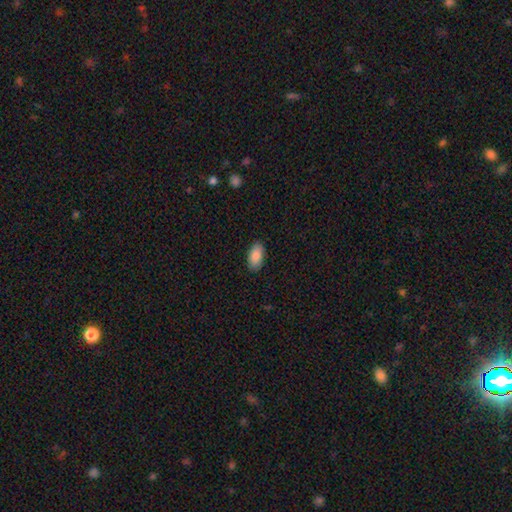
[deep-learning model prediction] Smooth or featured? Predicted: smooth (p=0.86). How rounded? Predicted: in between (p=0.94). Merging? Predicted: none (p=0.89).